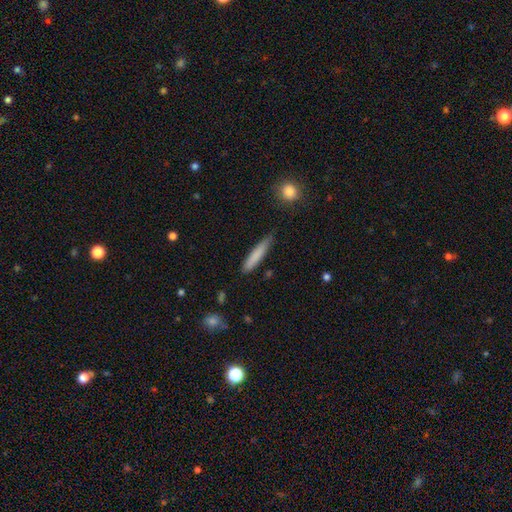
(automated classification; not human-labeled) smooth-or-featured: smooth: 80% | featured or disk: 14% | star or artifact: 6%
  how-rounded: cigar-shaped: 91% | in between: 8% | round: 1%
  merging: none: 77% | minor disturbance: 19% | major disturbance: 3% | merger: 2%